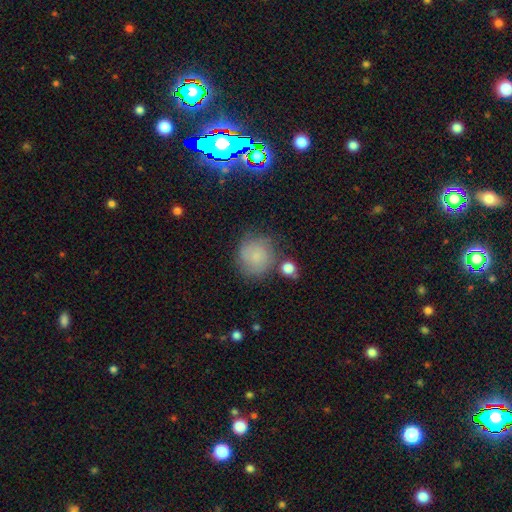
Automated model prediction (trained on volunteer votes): A smooth galaxy with no disk features (72%) that is round (88%). Merging: none (66%).